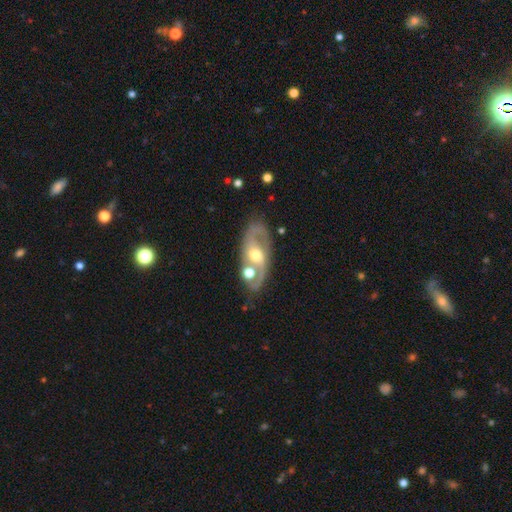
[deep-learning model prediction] This appears to be a featured or disk galaxy (81%) with no bar (51%), 2 (84%) medium (49%) spiral arms (84%) and a moderate central bulge (73%). Merging: none (66%).